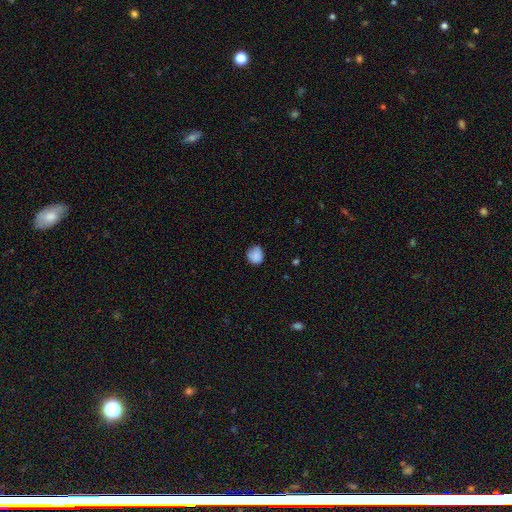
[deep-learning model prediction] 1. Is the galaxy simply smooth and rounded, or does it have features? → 84% smooth, 8% star or artifact, 7% featured or disk.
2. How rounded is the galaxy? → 78% round, 22% in between, 1% cigar-shaped.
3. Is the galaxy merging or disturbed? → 68% none, 25% minor disturbance, 5% major disturbance, 1% merger.